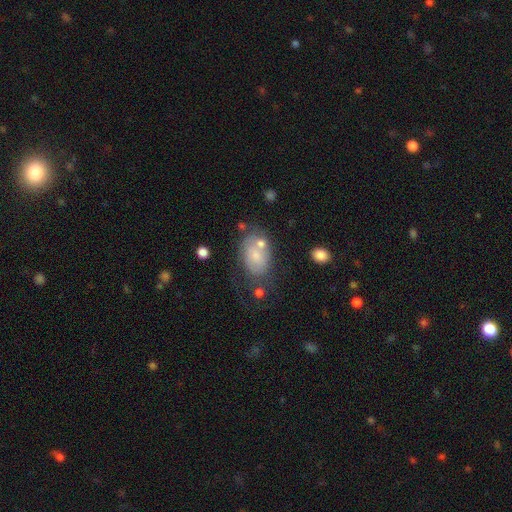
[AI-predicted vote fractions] Smooth or featured?
  - smooth: 61% *
  - featured or disk: 30%
  - star or artifact: 9%
How rounded?
  - in between: 86% *
  - round: 13%
  - cigar-shaped: 1%
Merging?
  - none: 45% *
  - minor disturbance: 23%
  - merger: 19%
  - major disturbance: 13%